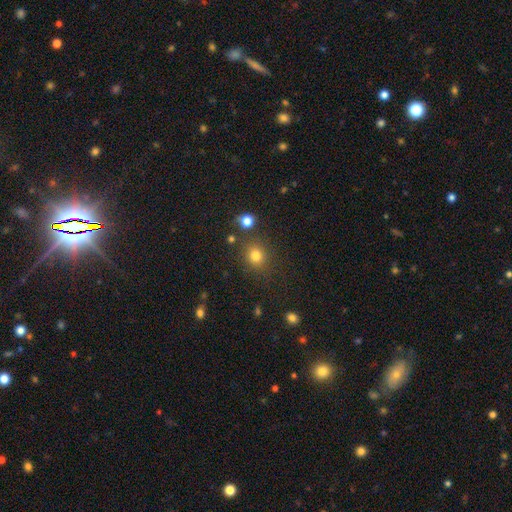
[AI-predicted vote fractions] Smooth or featured?
  - smooth: 79% *
  - star or artifact: 15%
  - featured or disk: 6%
How rounded?
  - round: 83% *
  - in between: 16%
  - cigar-shaped: 1%
Merging?
  - none: 81% *
  - minor disturbance: 9%
  - merger: 6%
  - major disturbance: 4%